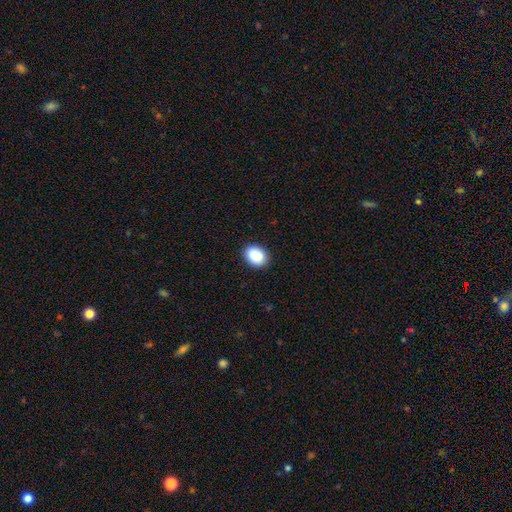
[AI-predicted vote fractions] Smooth or featured?
  - smooth: 85% *
  - star or artifact: 8%
  - featured or disk: 7%
How rounded?
  - in between: 63% *
  - round: 36%
  - cigar-shaped: 1%
Merging?
  - none: 78% *
  - minor disturbance: 13%
  - merger: 5%
  - major disturbance: 3%